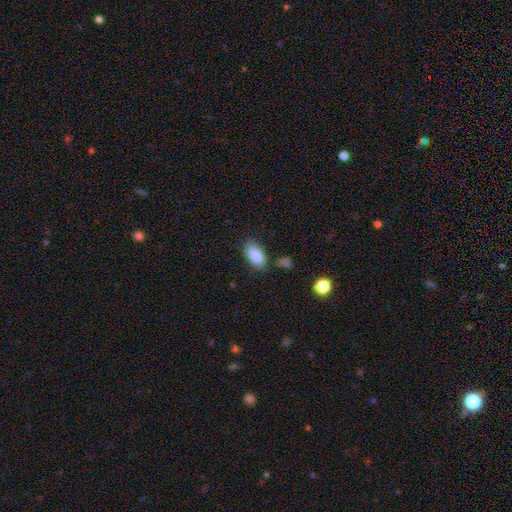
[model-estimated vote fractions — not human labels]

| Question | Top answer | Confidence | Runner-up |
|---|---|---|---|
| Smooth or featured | smooth | 87% | star or artifact (7%) |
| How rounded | in between | 92% | cigar-shaped (5%) |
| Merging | none | 77% | minor disturbance (15%) |